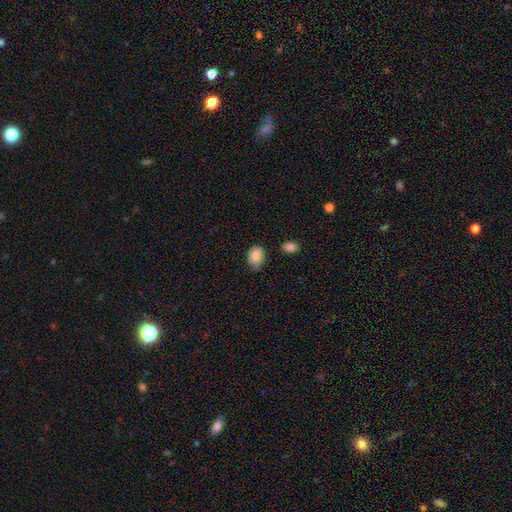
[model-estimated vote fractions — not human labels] smooth_or_featured: smooth (p=0.82) [alt: featured or disk p=0.11]
how_rounded: in between (p=0.63) [alt: round p=0.36]
merging: none (p=0.72) [alt: minor disturbance p=0.22]